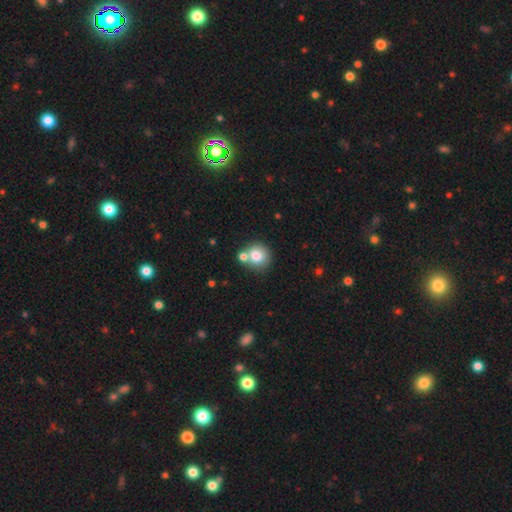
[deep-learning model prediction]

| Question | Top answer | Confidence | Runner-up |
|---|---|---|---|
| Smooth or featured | smooth | 78% | featured or disk (11%) |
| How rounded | round | 88% | in between (11%) |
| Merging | none | 61% | merger (27%) |